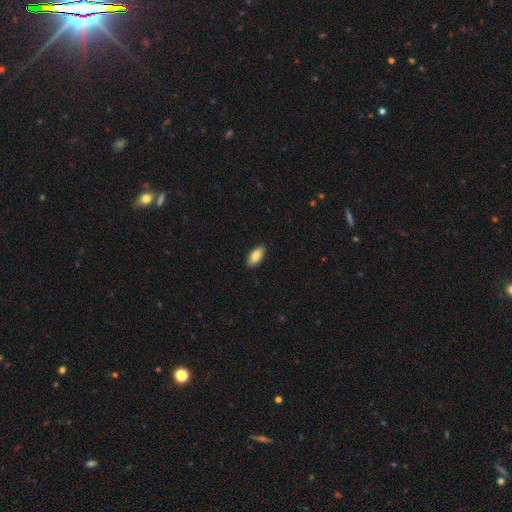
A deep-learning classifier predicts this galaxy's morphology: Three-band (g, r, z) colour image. It shows a smooth galaxy with no disk features (84%) that is in between round and cigar-shaped (88%). Merging: none (89%).